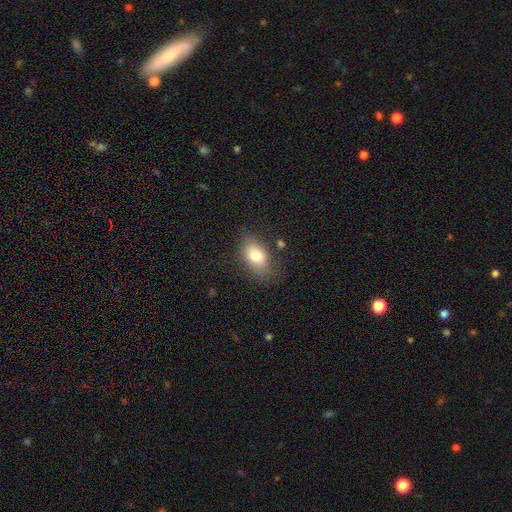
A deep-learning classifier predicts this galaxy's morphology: This appears to be a smooth galaxy with no disk features (78%) that is in between round and cigar-shaped (86%). Merging: none (70%).